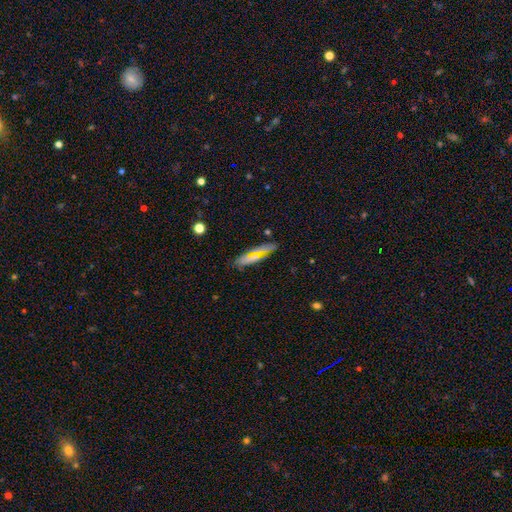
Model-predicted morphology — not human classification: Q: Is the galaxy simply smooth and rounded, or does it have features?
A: featured or disk — 49%.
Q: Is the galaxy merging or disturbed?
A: none — 76%.